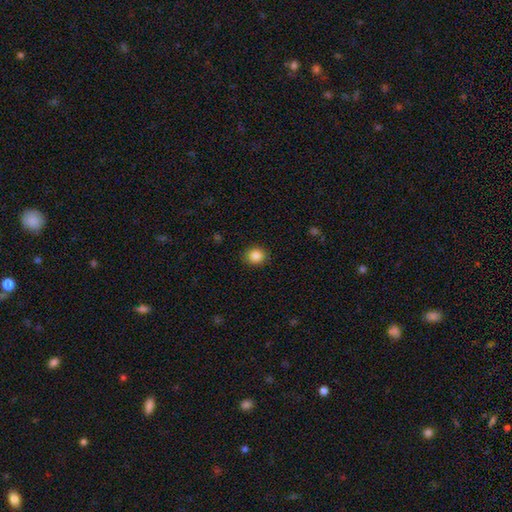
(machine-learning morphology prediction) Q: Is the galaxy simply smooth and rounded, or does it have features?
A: smooth — 87%.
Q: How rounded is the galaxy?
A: round — 72%.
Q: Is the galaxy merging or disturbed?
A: none — 88%.